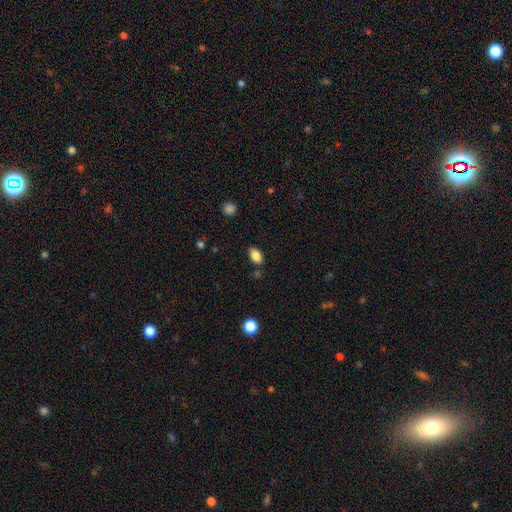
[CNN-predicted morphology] smooth 86%, star or artifact 9%, featured or disk 5%. Down the decision tree: how rounded — in between (90%); merging — none (82%).